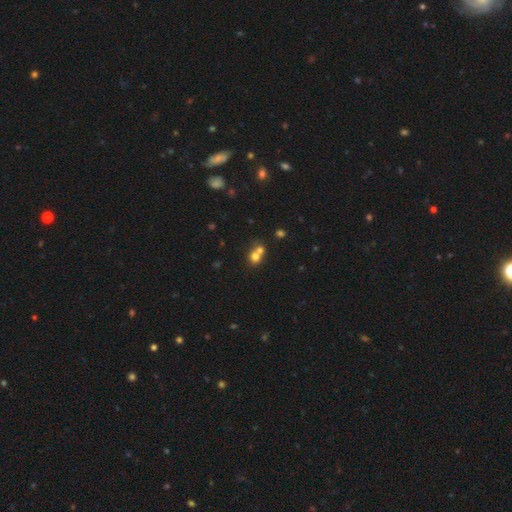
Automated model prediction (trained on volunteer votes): Overall: smooth (71%). How rounded: round (77%). Merging: merger (55%; none 35%).